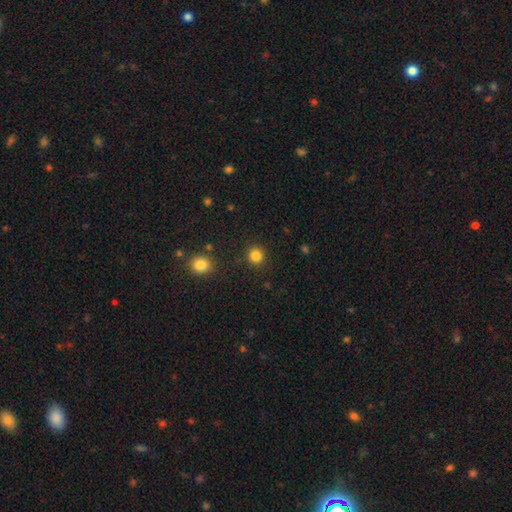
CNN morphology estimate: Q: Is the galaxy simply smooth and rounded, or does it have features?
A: smooth — 85%.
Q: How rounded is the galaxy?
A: round — 91%.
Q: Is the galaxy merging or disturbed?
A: none — 90%.